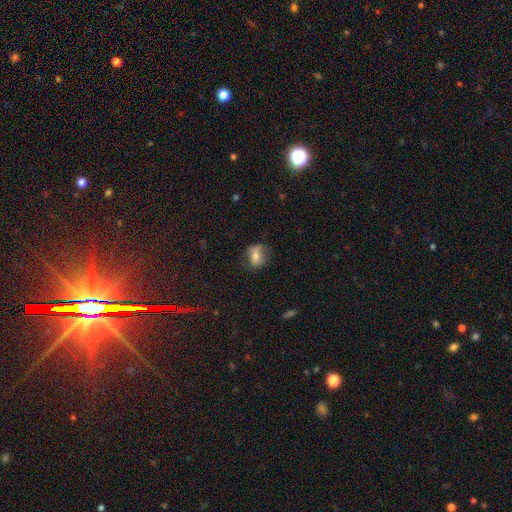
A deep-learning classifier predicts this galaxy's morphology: type=smooth (65%); roundness=in between (65%); merging=none (69%).